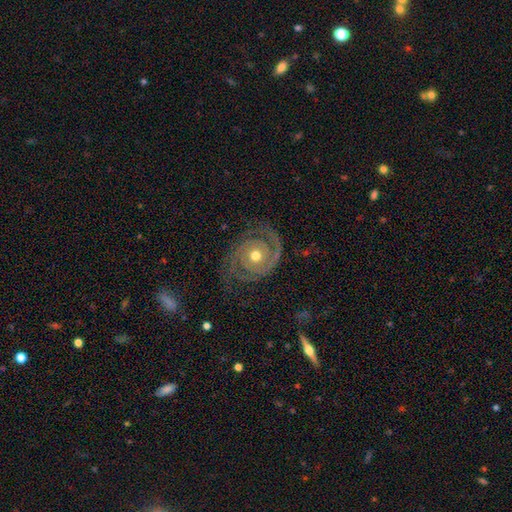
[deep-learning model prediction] smooth-or-featured: featured or disk: 89% | smooth: 6% | star or artifact: 5%
  disk-edge-on: no: 97% | yes: 3%
    bar: no: 79% | weak: 16% | strong: 5%
    has-spiral-arms: yes: 96% | no: 4%
      spiral-winding: tight: 58% | medium: 33% | loose: 9%
      spiral-arm-count: 2: 82% | can't tell: 6% | 3: 5% | 1: 4% | 4: 2% | more than 4: 2%
    bulge-size: moderate: 77% | small: 17% | large: 5% | dominant: 1% | none: 1%
  merging: none: 75% | minor disturbance: 15% | major disturbance: 9% | merger: 1%